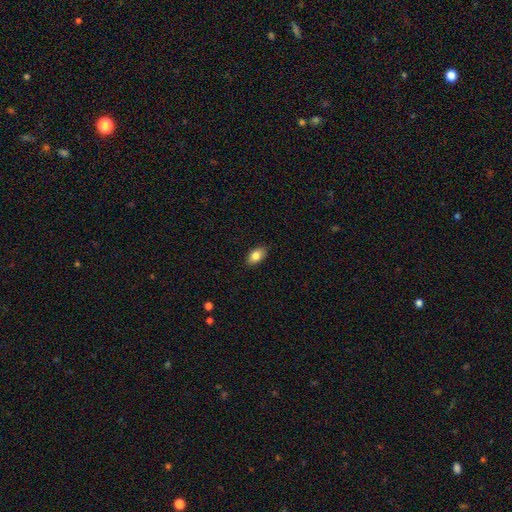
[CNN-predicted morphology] Overall: smooth (82%). How rounded: in between (89%). Merging: none (87%).